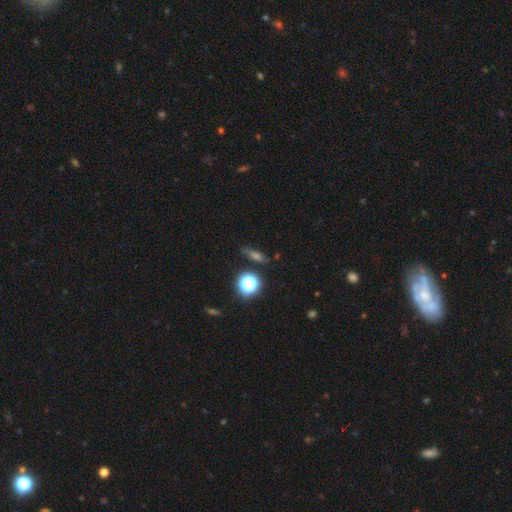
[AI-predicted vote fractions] This is marginally a smooth galaxy (42%). Merging: clearly none (83%).